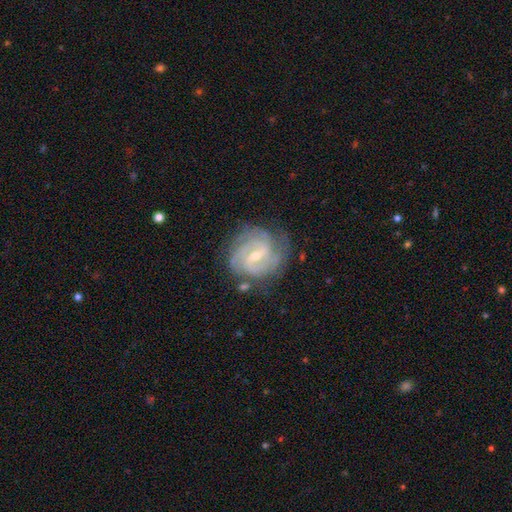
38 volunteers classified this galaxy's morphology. Overall: featured or disk (82%). Edge-on disk: no (100%). Bar: weak (74%). Spiral arms: yes (100%). Spiral arm count: 3 (35%; can't tell 29%). Spiral winding: tight (58%; medium 32%). Bulge size: small (71%). Merging: none (89%).